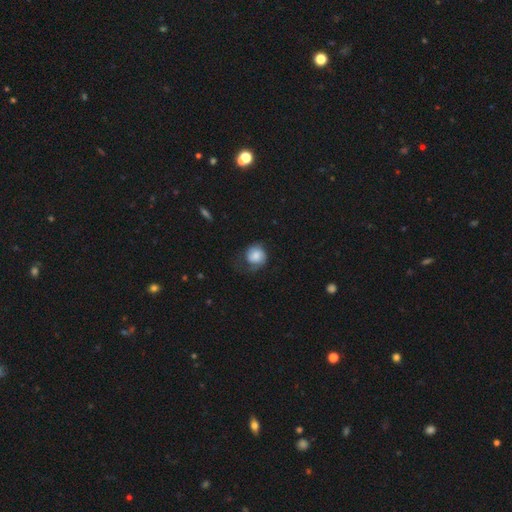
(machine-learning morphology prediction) smooth_or_featured: smooth (p=0.73) [alt: featured or disk p=0.19]
how_rounded: round (p=0.81) [alt: in between p=0.18]
merging: none (p=0.46) [alt: minor disturbance p=0.30]